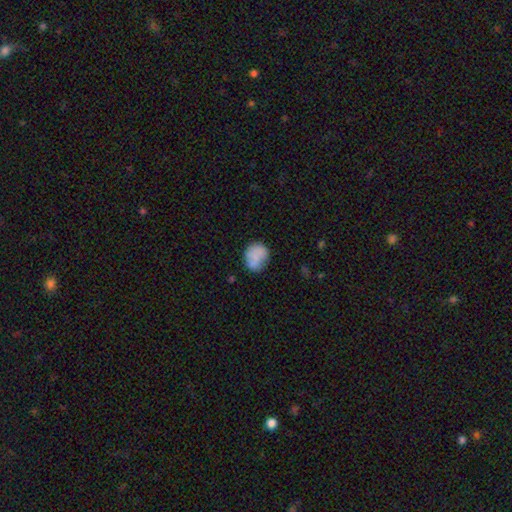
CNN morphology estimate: Smooth or featured: smooth — 74% (featured or disk — 17%)
How rounded: round — 68% (in between — 31%)
Merging: none — 59% (minor disturbance — 25%)